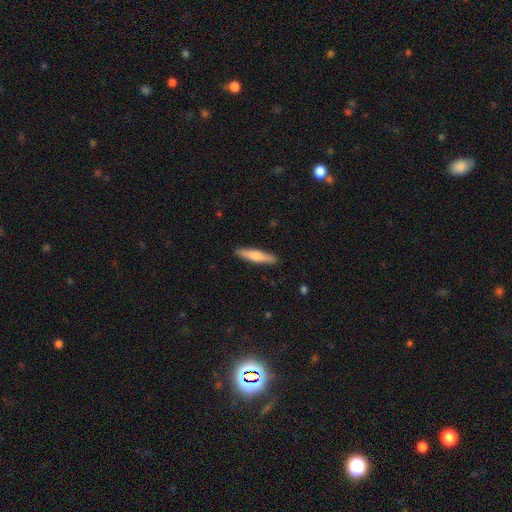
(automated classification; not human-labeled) This is likely a smooth galaxy (68%). How rounded: clearly cigar-shaped (86%). Merging: clearly none (90%).